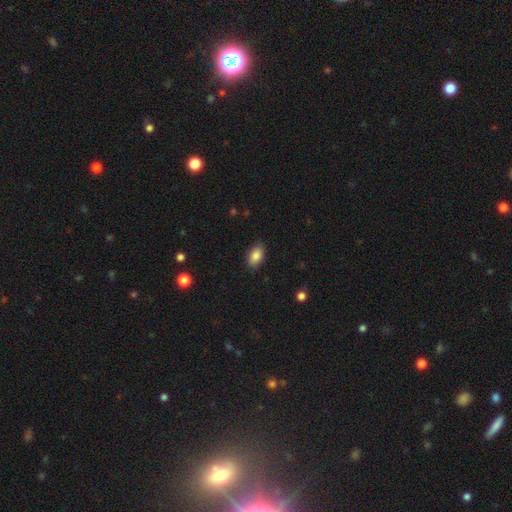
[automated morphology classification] Smooth or featured? smooth (87%)
How rounded? in between (91%)
Merging? none (86%)